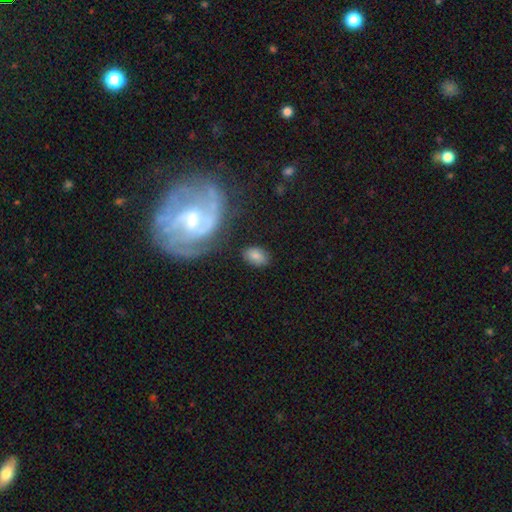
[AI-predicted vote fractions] smooth 76%, featured or disk 16%, star or artifact 8%. Down the decision tree: how rounded — in between (87%); merging — none (75%).